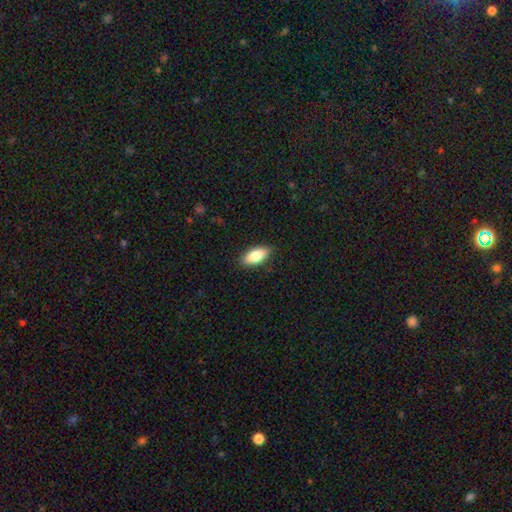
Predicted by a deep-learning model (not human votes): This appears to be a smooth galaxy with no disk features (82%) that is in between round and cigar-shaped (86%). Merging: none (88%).